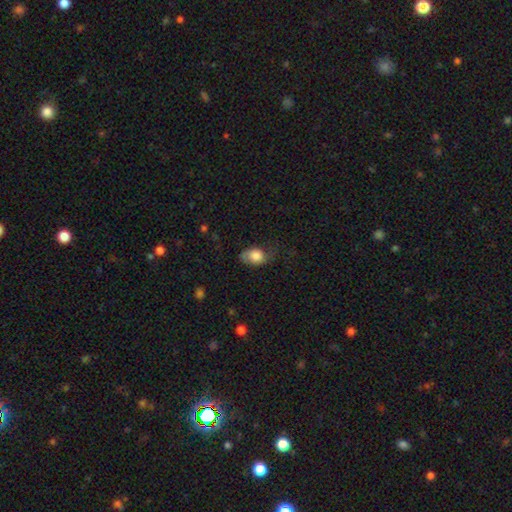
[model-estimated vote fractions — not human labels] Smooth or featured? Predicted: smooth (p=0.73). How rounded? Predicted: in between (p=0.74). Merging? Predicted: none (p=0.47).